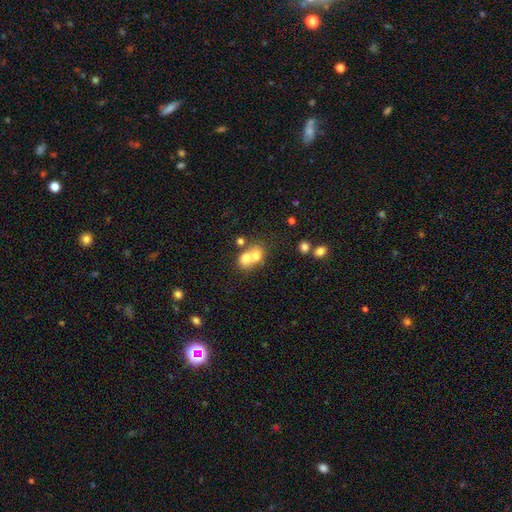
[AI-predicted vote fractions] smooth-or-featured: smooth: 67% | featured or disk: 21% | star or artifact: 11%
  how-rounded: round: 63% | in between: 36% | cigar-shaped: 1%
  merging: merger: 68% | none: 23% | minor disturbance: 6% | major disturbance: 3%